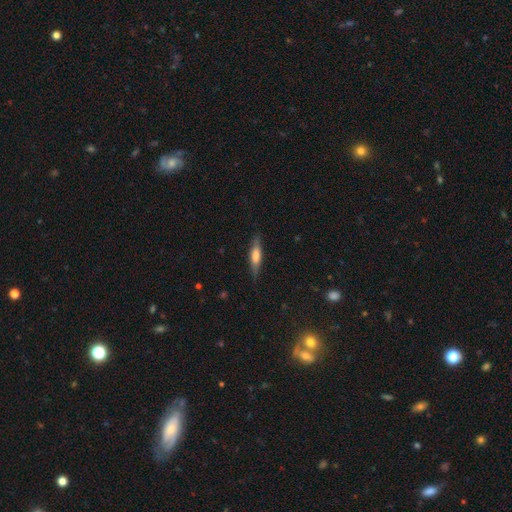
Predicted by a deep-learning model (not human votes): smooth 55%, featured or disk 39%, star or artifact 6%. Down the decision tree: how rounded — cigar-shaped (72%); merging — none (81%).